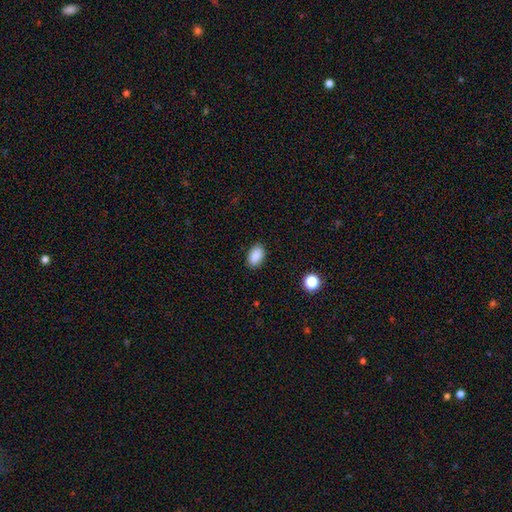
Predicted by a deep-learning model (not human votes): Smooth or featured?
  - smooth: 89% *
  - star or artifact: 8%
  - featured or disk: 3%
How rounded?
  - in between: 89% *
  - round: 10%
  - cigar-shaped: 1%
Merging?
  - none: 88% *
  - minor disturbance: 9%
  - major disturbance: 2%
  - merger: 1%